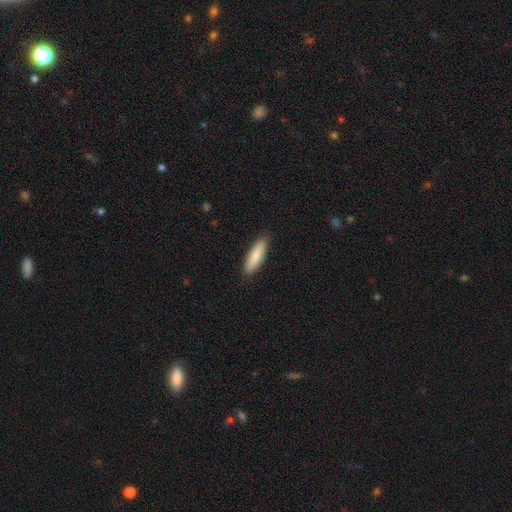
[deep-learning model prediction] A smooth galaxy with no disk features (85%) that is cigar-shaped (59%). Merging: none (88%).